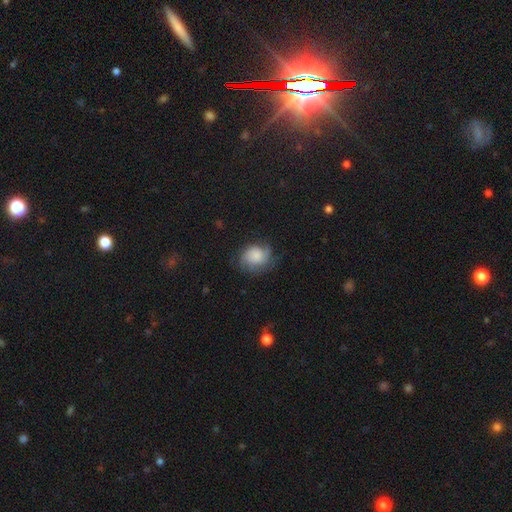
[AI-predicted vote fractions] A smooth galaxy with no disk features (49%).

Vote fractions:
- Smooth or featured? smooth: 49% / featured or disk: 41% / star or artifact: 9%
- Merging? none: 62% / minor disturbance: 24% / major disturbance: 13% / merger: 1%